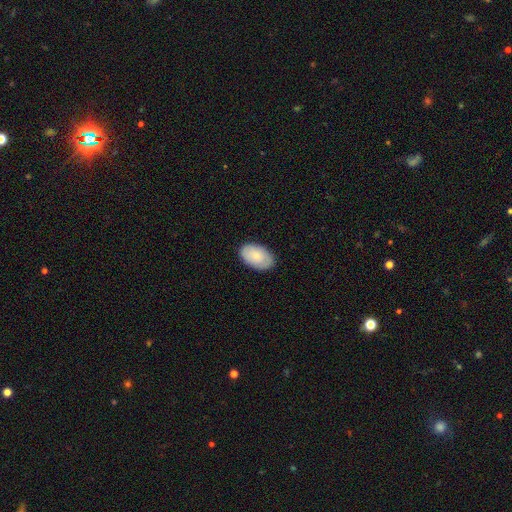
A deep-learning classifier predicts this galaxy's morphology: Smooth or featured?
  - smooth: 78% *
  - featured or disk: 16%
  - star or artifact: 6%
How rounded?
  - in between: 93% *
  - round: 6%
  - cigar-shaped: 1%
Merging?
  - none: 85% *
  - minor disturbance: 11%
  - major disturbance: 2%
  - merger: 1%